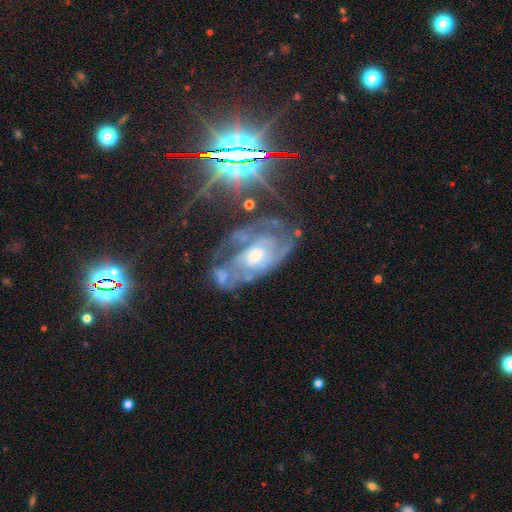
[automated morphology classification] A featured or disk galaxy (76%) with no bar (71%), tight (53%) spiral arms (81%) and a moderate central bulge (59%). Merging: none (44%).